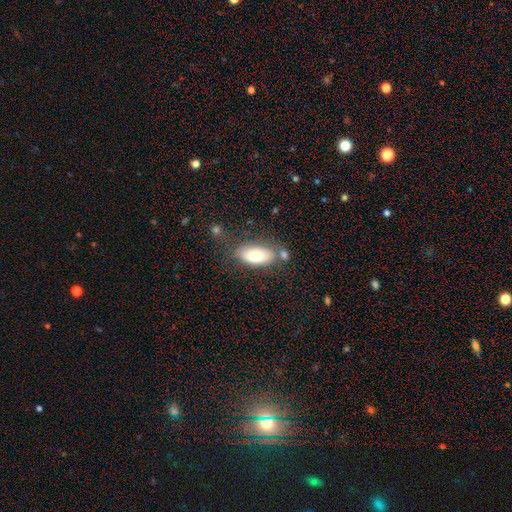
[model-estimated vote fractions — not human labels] smooth-or-featured: smooth: 74% | featured or disk: 19% | star or artifact: 7%
  how-rounded: in between: 89% | cigar-shaped: 8% | round: 3%
  merging: none: 64% | minor disturbance: 17% | merger: 13% | major disturbance: 6%